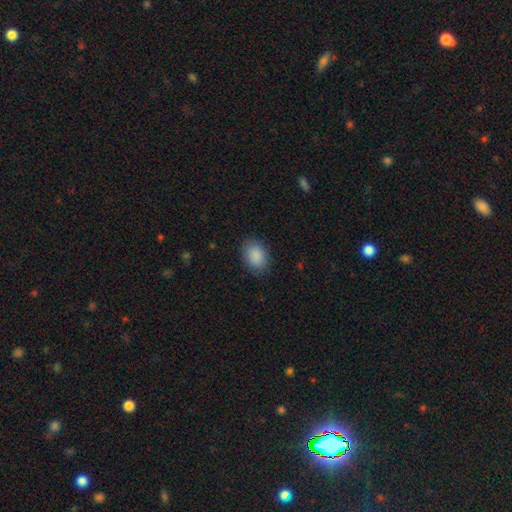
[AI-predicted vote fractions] Overall: smooth (89%). How rounded: in between (73%). Merging: none (86%).